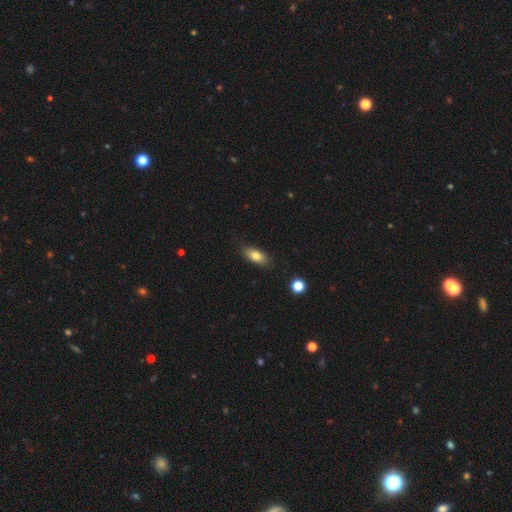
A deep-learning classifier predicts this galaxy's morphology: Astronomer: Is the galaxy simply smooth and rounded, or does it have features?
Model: smooth — 79%.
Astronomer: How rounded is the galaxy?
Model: in between — 83%.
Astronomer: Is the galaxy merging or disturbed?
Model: none — 84%.